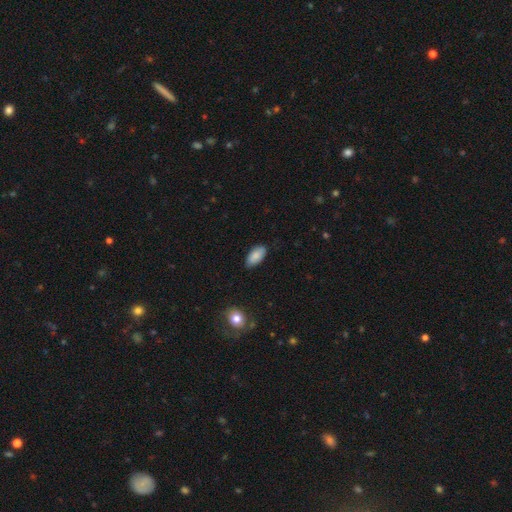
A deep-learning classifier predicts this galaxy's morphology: The model was most divided on "merging": none: 82%, minor disturbance: 15%, major disturbance: 2%, merger: 1%. More confident: how rounded — in between (94%); smooth or featured — smooth (86%).